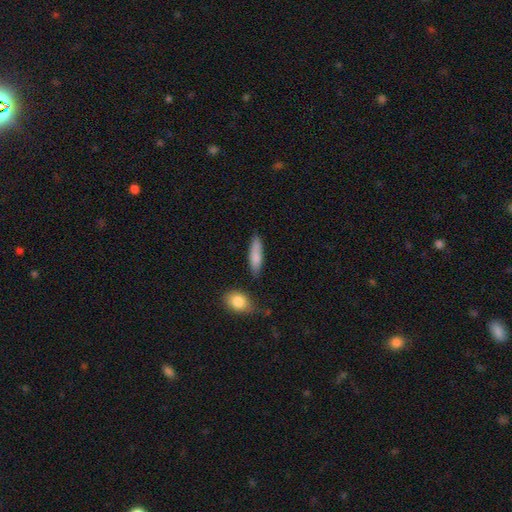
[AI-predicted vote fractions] Morphology: type=smooth (82%); roundness=cigar-shaped (54%); merging=none (75%).